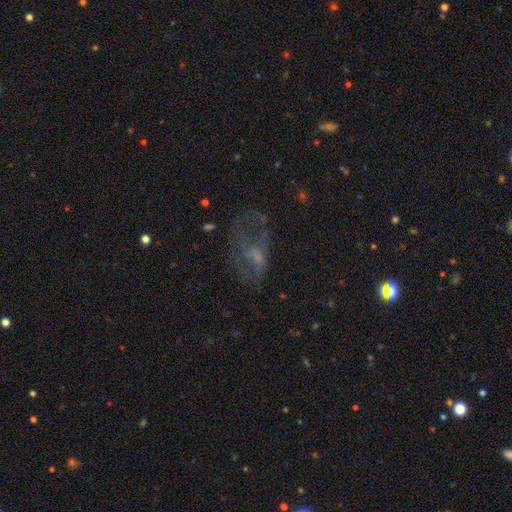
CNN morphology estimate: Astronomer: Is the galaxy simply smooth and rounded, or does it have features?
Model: featured or disk — 51% (runner-up: smooth, 32%).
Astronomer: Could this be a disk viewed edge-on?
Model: no — 96%.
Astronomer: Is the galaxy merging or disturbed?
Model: major disturbance — 43% (runner-up: none, 35%).